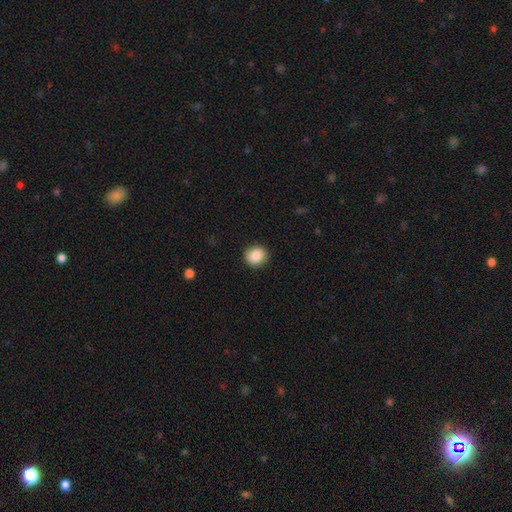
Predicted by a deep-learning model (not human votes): Smooth or featured?
  - smooth: 88% *
  - star or artifact: 8%
  - featured or disk: 4%
How rounded?
  - round: 85% *
  - in between: 14%
  - cigar-shaped: 1%
Merging?
  - none: 89% *
  - minor disturbance: 8%
  - major disturbance: 2%
  - merger: 1%